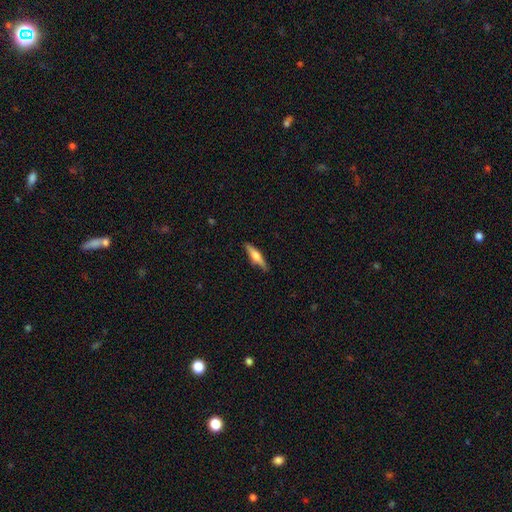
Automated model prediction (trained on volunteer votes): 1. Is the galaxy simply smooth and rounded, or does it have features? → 54% featured or disk, 41% smooth, 6% star or artifact.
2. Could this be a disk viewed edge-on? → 96% yes, 4% no.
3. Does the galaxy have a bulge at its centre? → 87% rounded, 9% boxy, 4% none.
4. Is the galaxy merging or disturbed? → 87% none, 10% minor disturbance, 2% major disturbance, 1% merger.